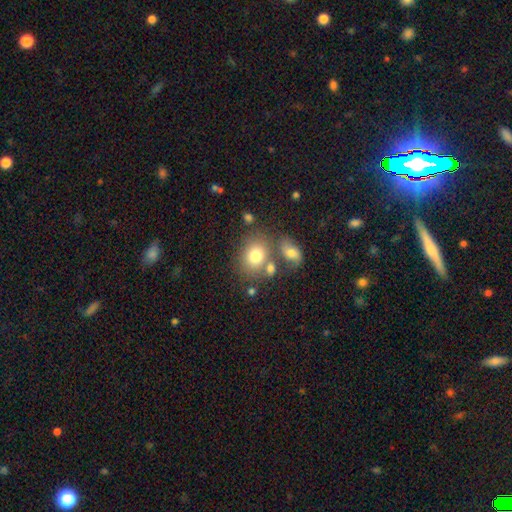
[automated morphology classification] Smooth or featured?
  - smooth: 77% *
  - featured or disk: 13%
  - star or artifact: 10%
How rounded?
  - round: 56% *
  - in between: 43%
  - cigar-shaped: 1%
Merging?
  - none: 59% *
  - merger: 23%
  - minor disturbance: 13%
  - major disturbance: 5%